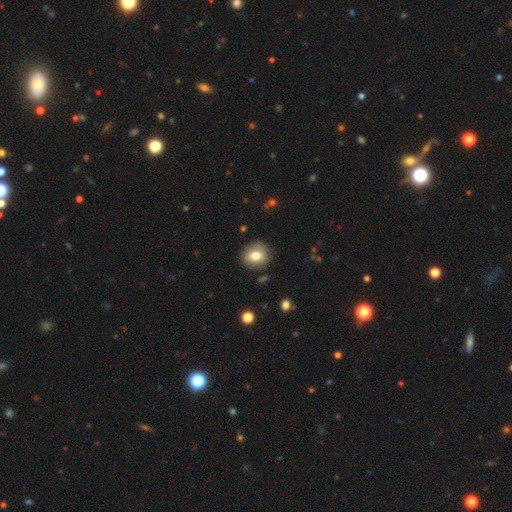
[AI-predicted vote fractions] Q: Smooth or featured?
A: smooth (75%); runner-up: featured or disk (16%)
Q: How rounded?
A: round (73%); runner-up: in between (26%)
Q: Merging?
A: none (85%); runner-up: minor disturbance (11%)